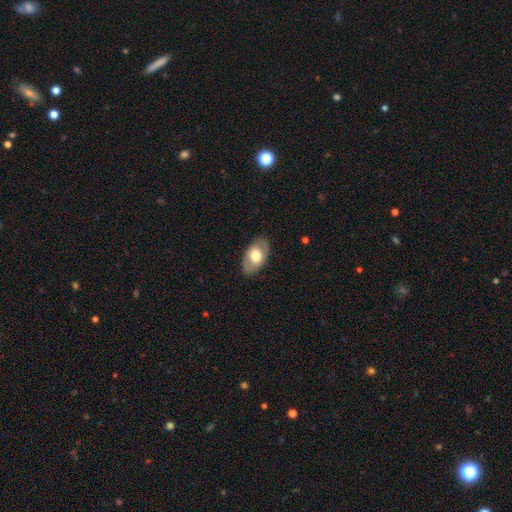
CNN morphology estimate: Smooth or featured?
  - smooth: 62% *
  - featured or disk: 32%
  - star or artifact: 6%
How rounded?
  - in between: 92% *
  - round: 7%
  - cigar-shaped: 1%
Merging?
  - none: 84% *
  - minor disturbance: 12%
  - major disturbance: 3%
  - merger: 1%